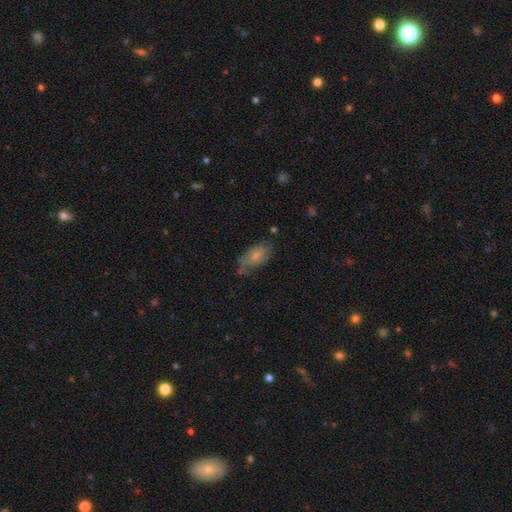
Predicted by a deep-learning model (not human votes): This is likely a smooth galaxy (72%). How rounded: clearly in between (91%). Merging: possibly none (52%).